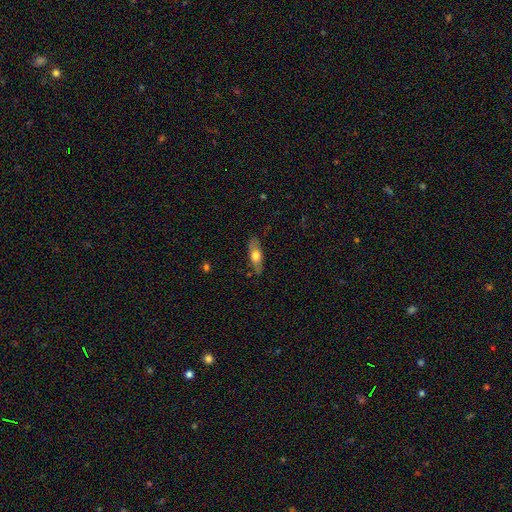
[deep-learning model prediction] Smooth or featured?
  - smooth: 56% *
  - featured or disk: 38%
  - star or artifact: 6%
How rounded?
  - in between: 58% *
  - cigar-shaped: 38%
  - round: 4%
Merging?
  - none: 80% *
  - minor disturbance: 15%
  - major disturbance: 3%
  - merger: 2%